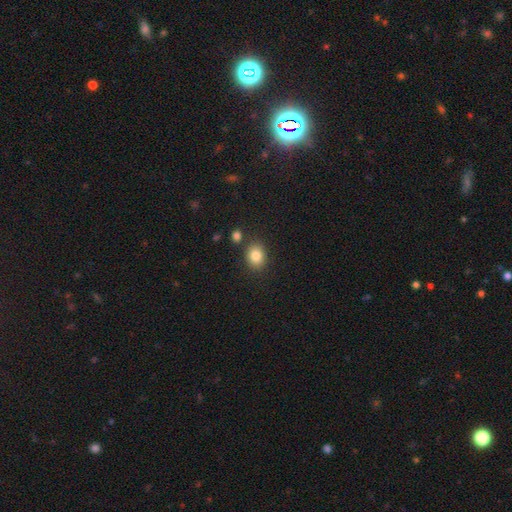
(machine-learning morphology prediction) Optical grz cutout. It shows a smooth galaxy with no disk features (84%) that is in between round and cigar-shaped (50%). Merging: none (79%).